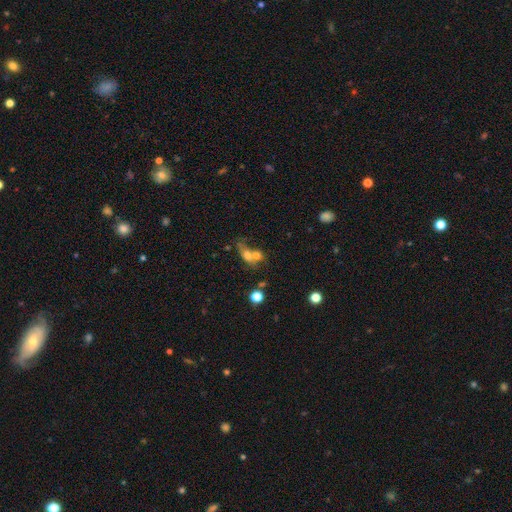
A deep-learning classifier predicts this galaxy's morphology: smooth_or_featured: smooth (p=0.65) [alt: featured or disk p=0.21]
how_rounded: round (p=0.51) [alt: in between p=0.45]
merging: merger (p=0.64) [alt: none p=0.21]